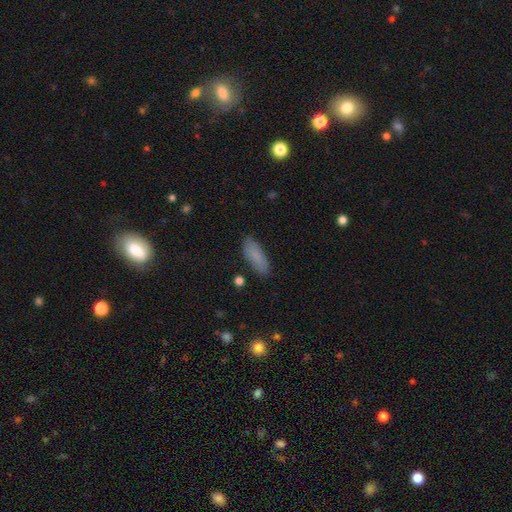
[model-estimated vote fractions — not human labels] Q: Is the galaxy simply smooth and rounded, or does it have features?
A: smooth — 83%.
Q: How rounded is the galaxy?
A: in between — 68%.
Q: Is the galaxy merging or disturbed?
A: none — 85%.